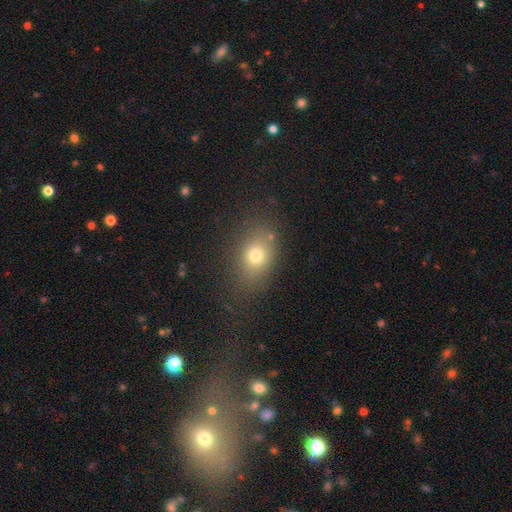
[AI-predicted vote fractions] Overall: smooth (74%). How rounded: in between (65%; round 34%). Merging: none (76%).